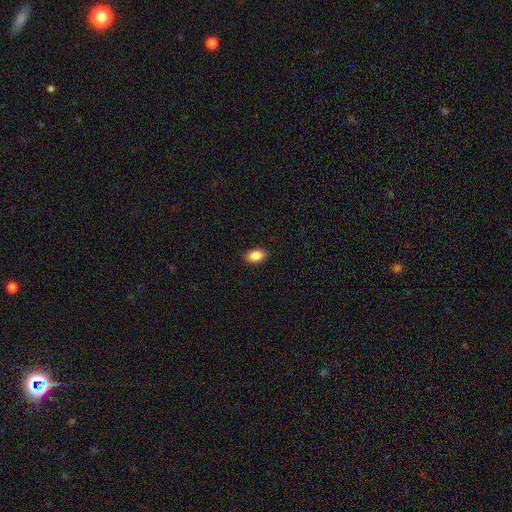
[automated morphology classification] Smooth or featured? Predicted: smooth (p=0.88). How rounded? Predicted: in between (p=0.90). Merging? Predicted: none (p=0.89).